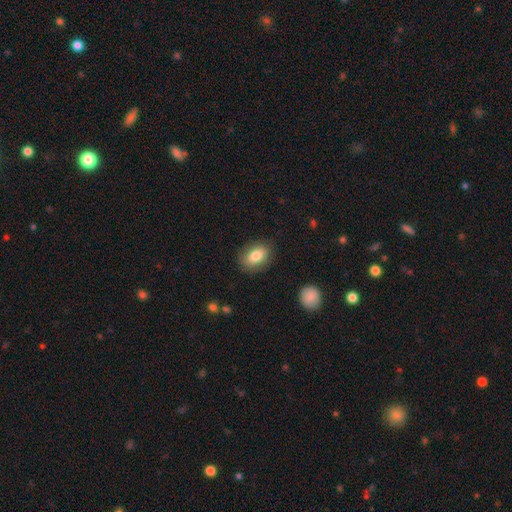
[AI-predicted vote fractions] Smooth or featured? Predicted: smooth (p=0.81). How rounded? Predicted: in between (p=0.82). Merging? Predicted: none (p=0.83).